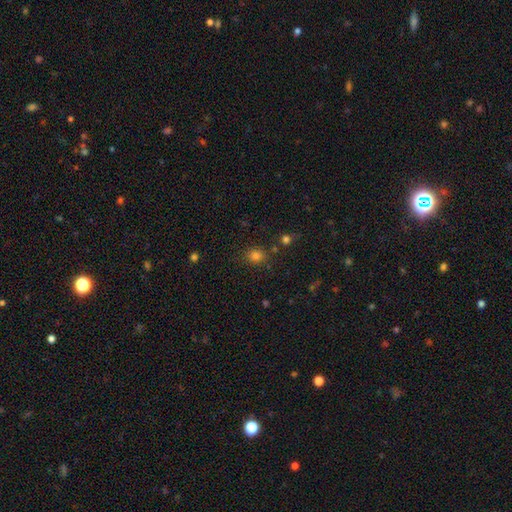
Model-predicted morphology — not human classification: Q: Smooth or featured?
A: smooth (76%); runner-up: star or artifact (18%)
Q: How rounded?
A: round (78%); runner-up: in between (21%)
Q: Merging?
A: none (80%); runner-up: minor disturbance (11%)